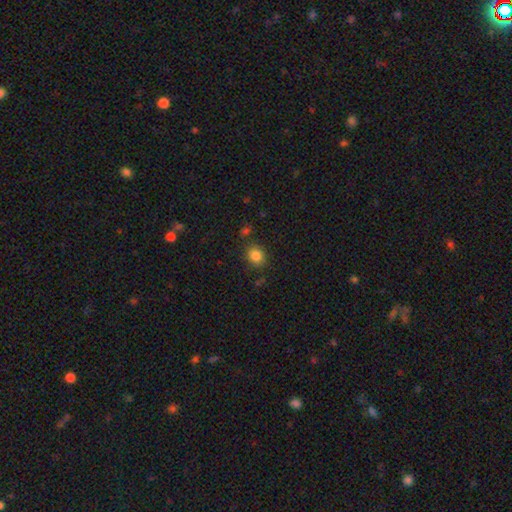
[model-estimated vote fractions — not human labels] This is clearly a smooth galaxy (84%). How rounded: likely round (72%). Merging: clearly none (83%).